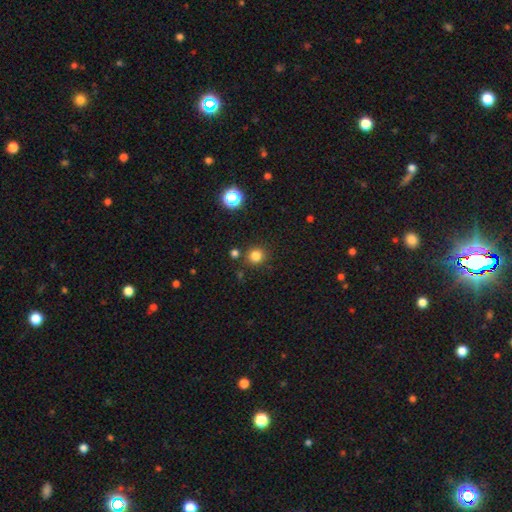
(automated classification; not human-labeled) Morphology: type=smooth (81%); roundness=round (92%); merging=none (84%).